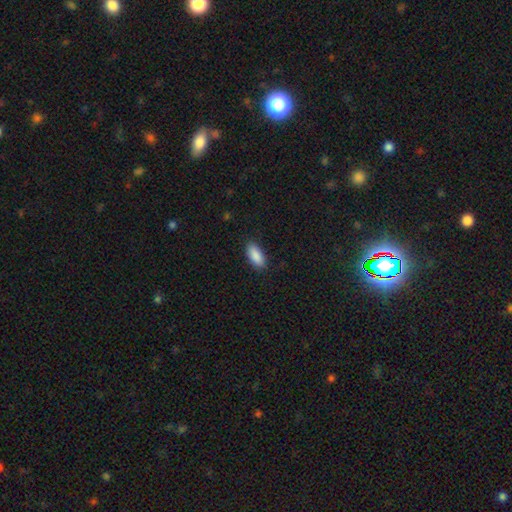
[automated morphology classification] The model was most divided on "how rounded": in between: 86%, cigar-shaped: 12%, round: 2%. More confident: smooth or featured — smooth (90%); merging — none (88%).